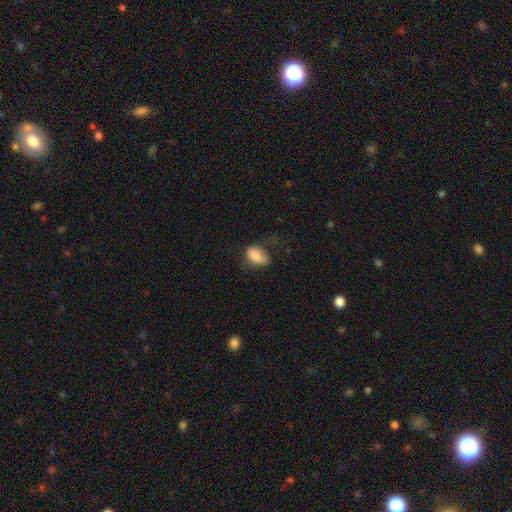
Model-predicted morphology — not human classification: smooth_or_featured: smooth (p=0.84) [alt: star or artifact p=0.08]
how_rounded: in between (p=0.90) [alt: round p=0.07]
merging: none (p=0.43) [alt: minor disturbance p=0.34]